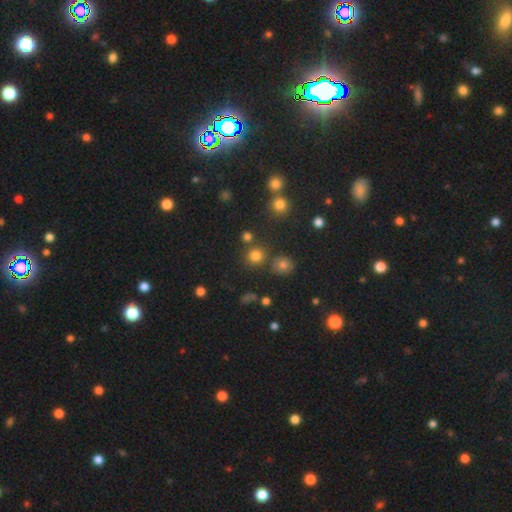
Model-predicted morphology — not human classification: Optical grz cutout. It shows a smooth galaxy with no disk features (77%) that is round (92%). Merging: none (79%).